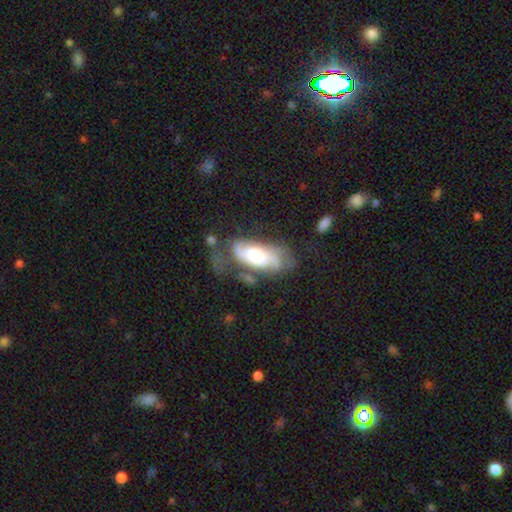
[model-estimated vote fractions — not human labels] This is likely a featured or disk galaxy (66%). It is clearly not viewed edge-on (89%). Bar: possibly no (60%). Spiral arm pattern: clearly yes (87%). Spiral arm count: possibly 2 (58%). Spiral winding: marginally medium (42%). Central bulge: possibly moderate (45%). Merging: marginally none (40%).